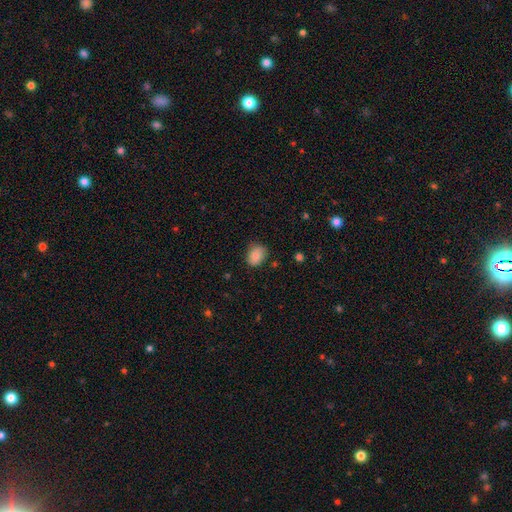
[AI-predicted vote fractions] smooth-or-featured: smooth: 84% | star or artifact: 8% | featured or disk: 7%
  how-rounded: in between: 60% | round: 39% | cigar-shaped: 1%
  merging: none: 74% | minor disturbance: 20% | major disturbance: 4% | merger: 2%